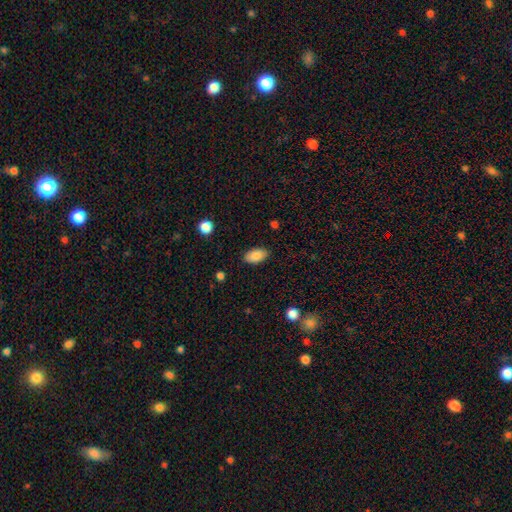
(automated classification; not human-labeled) A smooth galaxy with no disk features (86%) that is in between round and cigar-shaped (94%). Merging: none (87%).